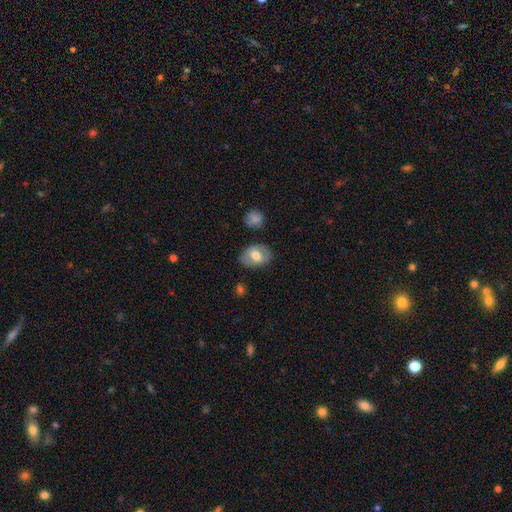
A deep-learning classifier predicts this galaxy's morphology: Overall: smooth (58%; featured or disk 36%). How rounded: in between (77%). Merging: none (80%).